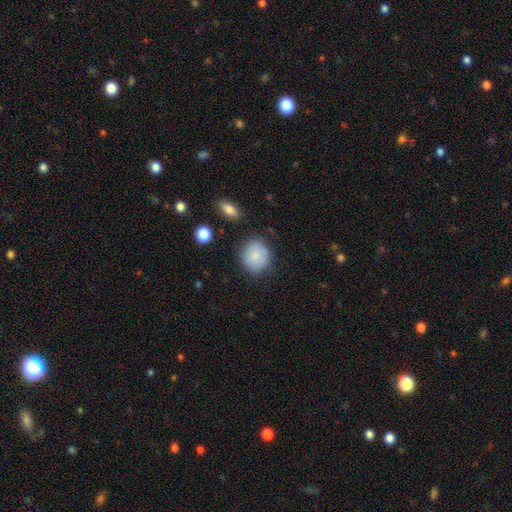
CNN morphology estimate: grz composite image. It shows a smooth galaxy with no disk features (85%) that is round (75%). Merging: none (77%).